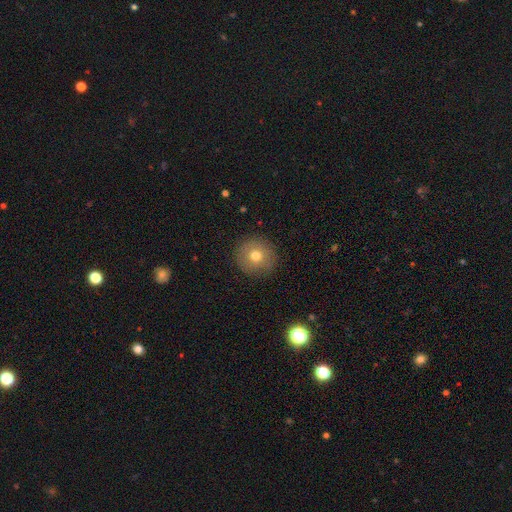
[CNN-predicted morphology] Smooth or featured? Predicted: smooth (p=0.74). How rounded? Predicted: round (p=0.93). Merging? Predicted: none (p=0.88).